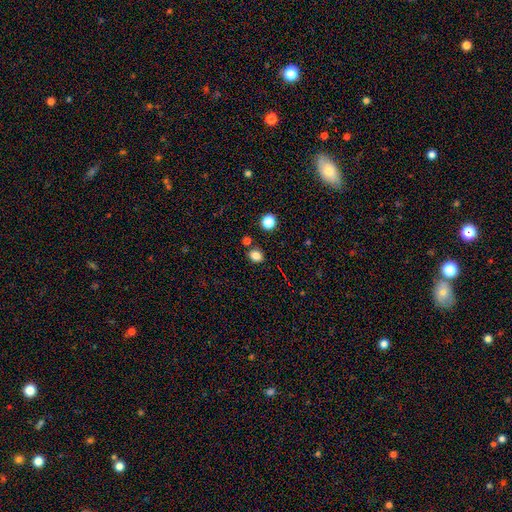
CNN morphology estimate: This is clearly a smooth galaxy (82%). How rounded: possibly round (56%). Merging: likely none (80%).